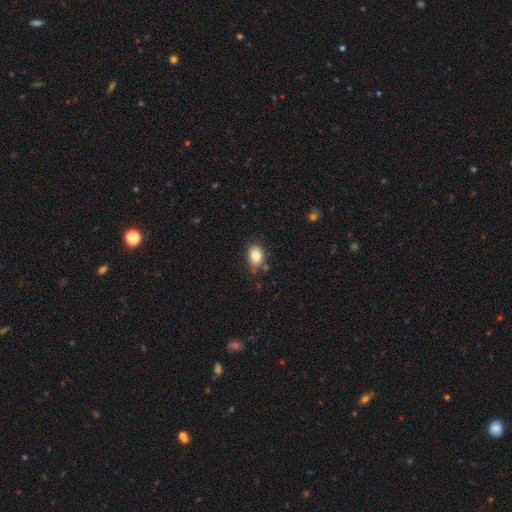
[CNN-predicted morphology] Overall: smooth (83%). How rounded: in between (76%). Merging: none (73%).